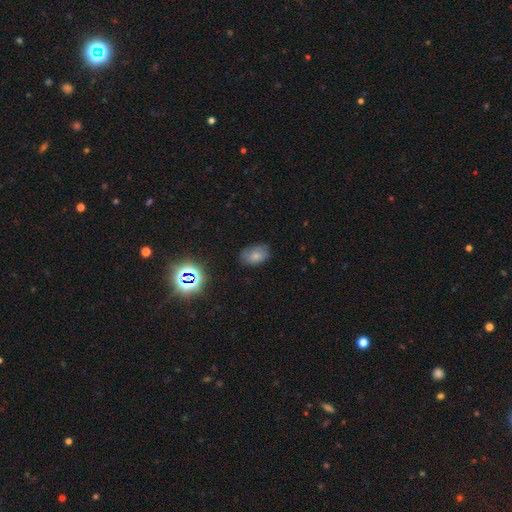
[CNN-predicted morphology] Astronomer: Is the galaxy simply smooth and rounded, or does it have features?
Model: smooth — 73%.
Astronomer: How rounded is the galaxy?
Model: in between — 86%.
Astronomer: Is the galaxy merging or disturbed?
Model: none — 73%.